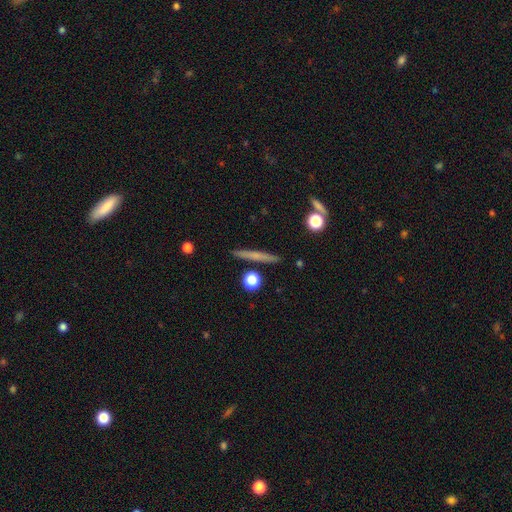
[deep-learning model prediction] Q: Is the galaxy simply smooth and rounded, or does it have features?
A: smooth — 55%.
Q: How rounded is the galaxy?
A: cigar-shaped — 91%.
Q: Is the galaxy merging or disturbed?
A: none — 89%.